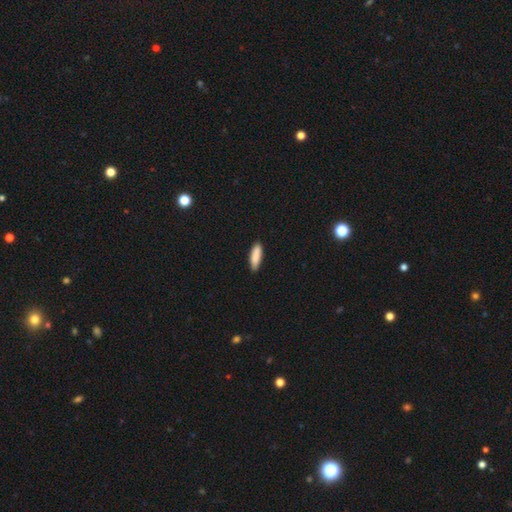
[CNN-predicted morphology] Overall: smooth (88%). How rounded: cigar-shaped (50%; in between 48%). Merging: none (85%).